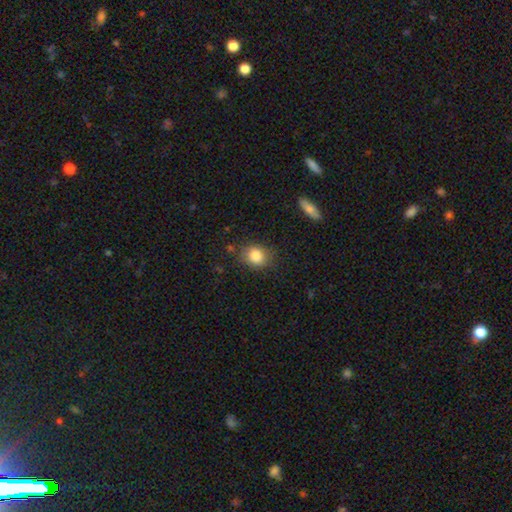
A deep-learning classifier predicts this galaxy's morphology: smooth 84%, star or artifact 8%, featured or disk 7%. Down the decision tree: how rounded — round (57%); merging — none (74%).